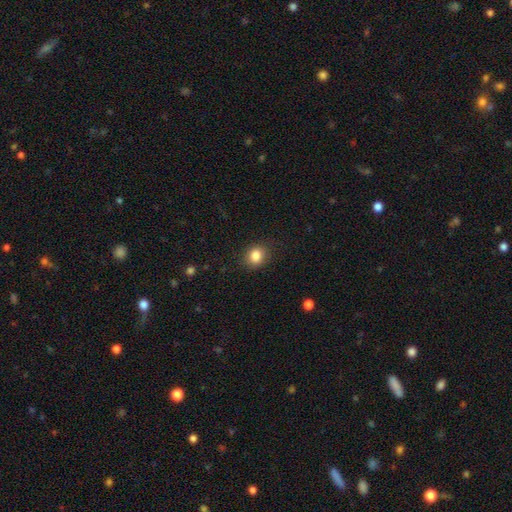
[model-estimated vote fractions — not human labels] smooth-or-featured: smooth: 85% | star or artifact: 10% | featured or disk: 5%
  how-rounded: round: 69% | in between: 30% | cigar-shaped: 1%
  merging: none: 87% | minor disturbance: 9% | major disturbance: 3% | merger: 1%